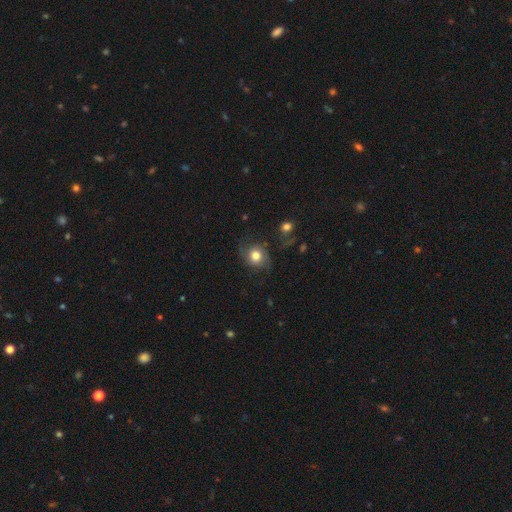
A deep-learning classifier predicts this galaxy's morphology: This is likely a smooth galaxy (65%). How rounded: likely round (74%). Merging: likely none (61%).